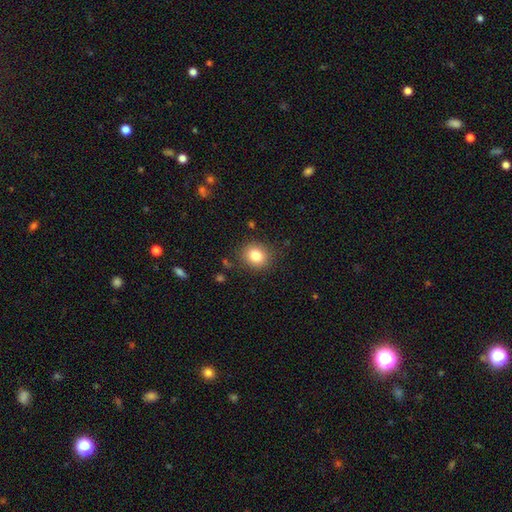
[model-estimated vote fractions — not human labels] smooth 81%, star or artifact 11%, featured or disk 8%. Down the decision tree: how rounded — round (76%); merging — none (86%).